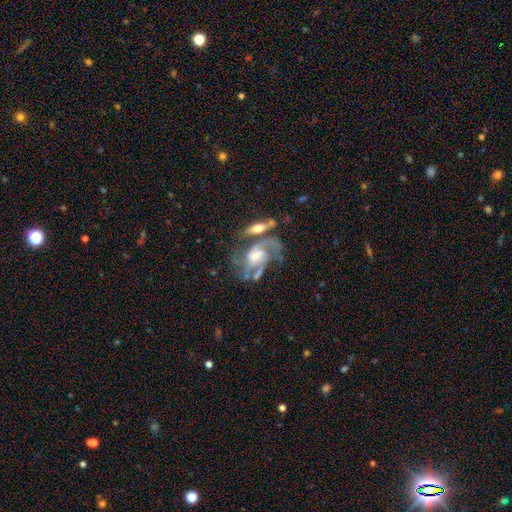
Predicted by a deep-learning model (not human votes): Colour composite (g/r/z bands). It shows a featured or disk galaxy (83%) with no bar (56%), 2 (48%) medium (50%) spiral arms (93%) and a moderate central bulge (49%). Merging: none (37%).